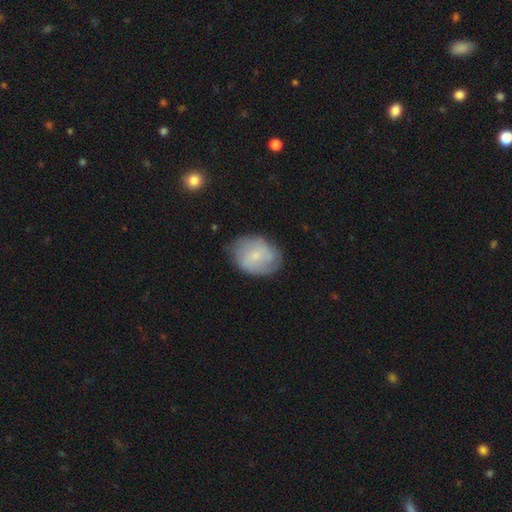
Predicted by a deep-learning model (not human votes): A smooth galaxy with no disk features (52%) that is in between round and cigar-shaped (57%). Merging: none (71%).